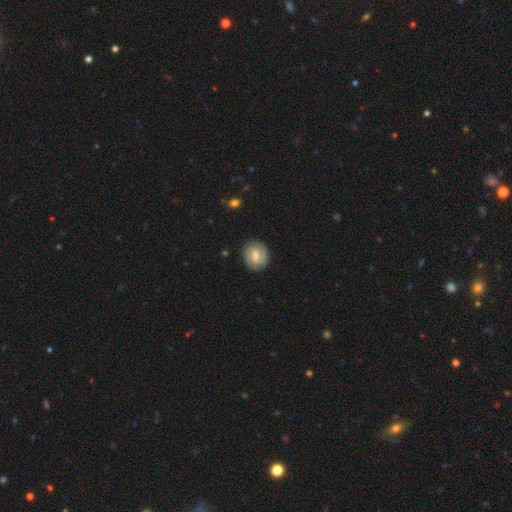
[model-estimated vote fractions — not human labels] The model was most divided on "spiral winding": tight: 49%, medium: 37%, loose: 14%. More confident: edge-on disk — no (97%); spiral arms — yes (87%); merging — none (82%); spiral arm count — 2 (73%); smooth or featured — featured or disk (67%); bulge size — moderate (56%); bar — weak (55%).